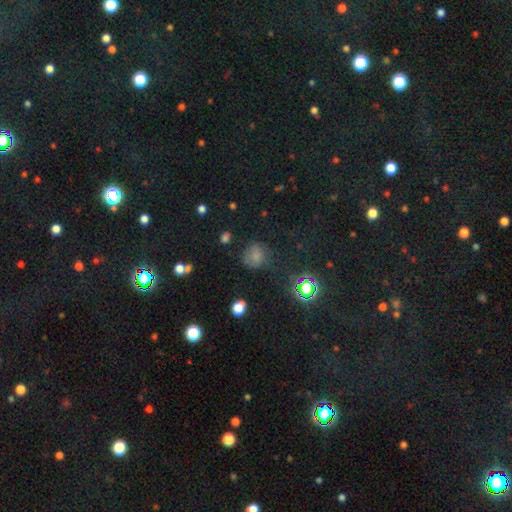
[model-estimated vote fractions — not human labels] A smooth galaxy with no disk features (64%) that is round (73%). Merging: none (60%).